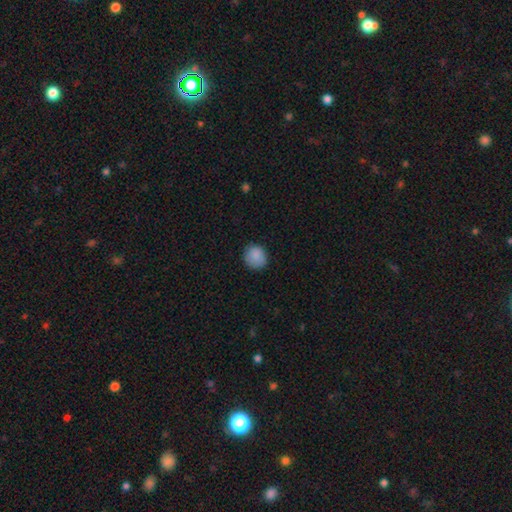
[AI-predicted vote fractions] The model was most divided on "merging": none: 83%, minor disturbance: 13%, major disturbance: 3%, merger: 1%. More confident: how rounded — round (88%); smooth or featured — smooth (87%).